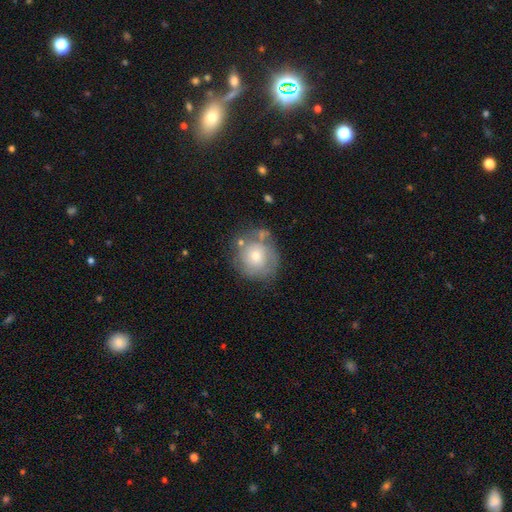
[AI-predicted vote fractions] This appears to be a smooth galaxy with no disk features (47%). Merging: none (63%).